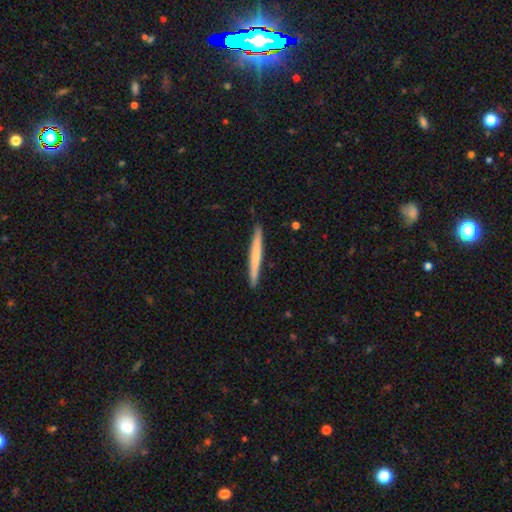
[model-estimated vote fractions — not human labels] smooth_or_featured: smooth (p=0.60) [alt: featured or disk p=0.36]
how_rounded: cigar-shaped (p=0.97) [alt: in between p=0.02]
merging: none (p=0.91) [alt: minor disturbance p=0.06]